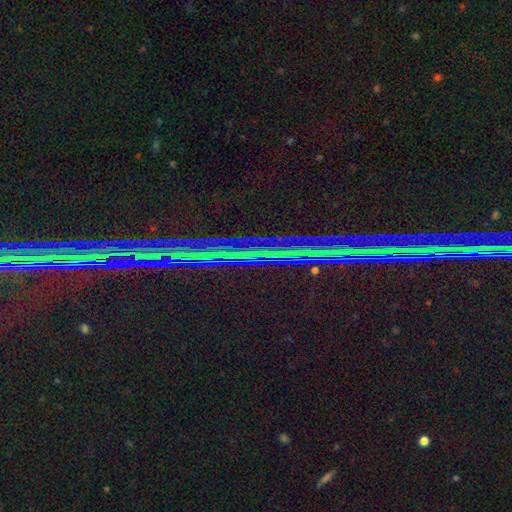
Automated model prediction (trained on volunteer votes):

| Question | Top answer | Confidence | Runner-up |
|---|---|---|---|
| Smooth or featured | star or artifact | 89% | featured or disk (7%) |